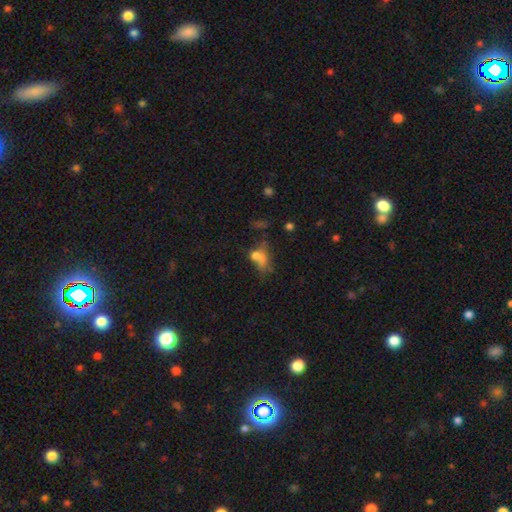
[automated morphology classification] Smooth or featured? Predicted: smooth (p=0.58). How rounded? Predicted: in between (p=0.63). Merging? Predicted: merger (p=0.30).